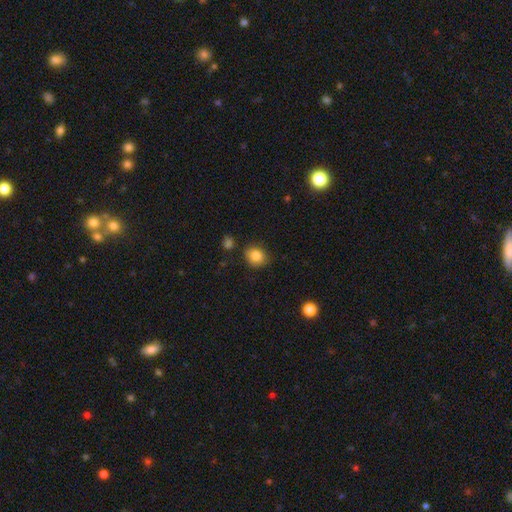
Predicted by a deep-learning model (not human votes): A smooth galaxy with no disk features (84%) that is round (73%). Merging: none (79%).